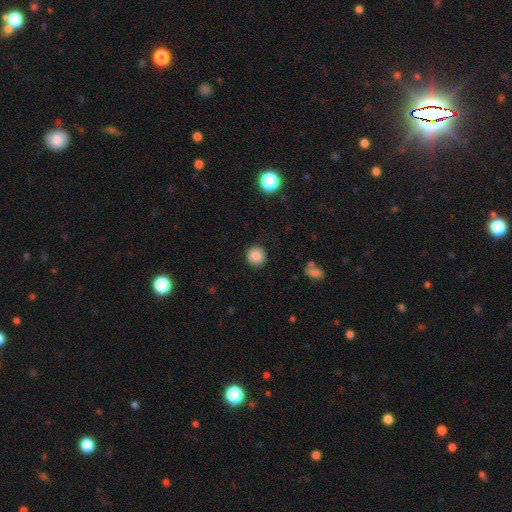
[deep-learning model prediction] smooth_or_featured: smooth (p=0.86) [alt: star or artifact p=0.10]
how_rounded: round (p=0.94) [alt: in between p=0.05]
merging: none (p=0.91) [alt: minor disturbance p=0.06]